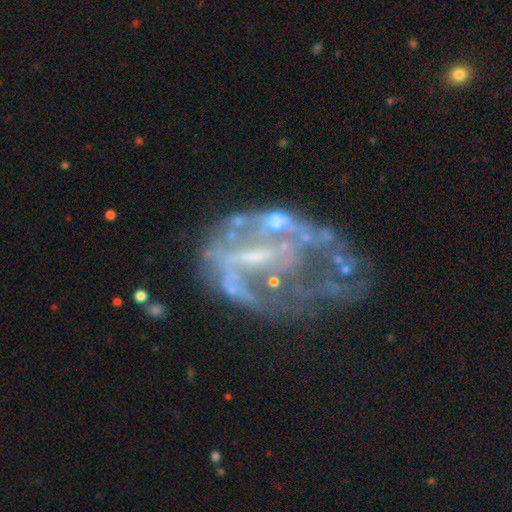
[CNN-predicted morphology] Overall: featured or disk (76%). Edge-on disk: no (97%). Bar: no (49%; weak 33%). Spiral arms: no (61%; yes 39%). Bulge size: none (50%; small 31%). Merging: major disturbance (44%; none 28%).